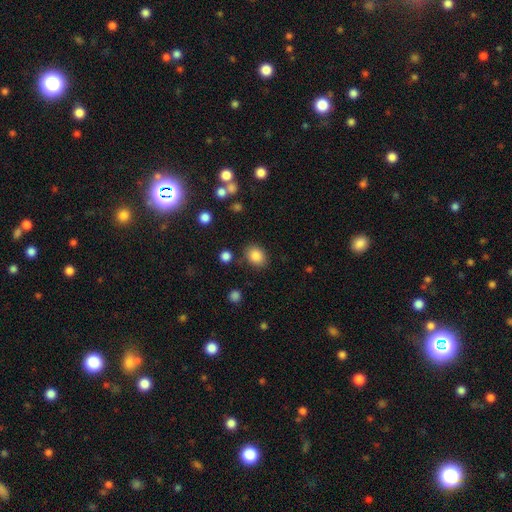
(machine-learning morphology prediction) Smooth or featured? Predicted: smooth (p=0.85). How rounded? Predicted: in between (p=0.53). Merging? Predicted: none (p=0.80).